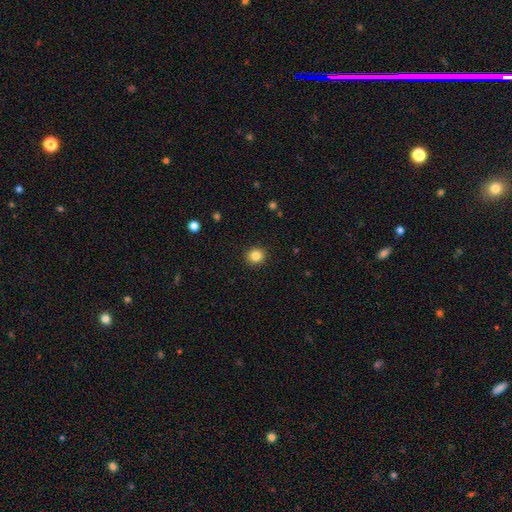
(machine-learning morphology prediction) Smooth or featured? Predicted: smooth (p=0.85). How rounded? Predicted: round (p=0.91). Merging? Predicted: none (p=0.92).